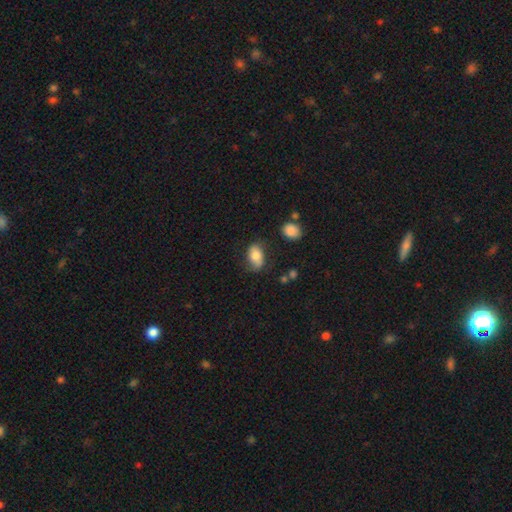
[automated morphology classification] smooth_or_featured: smooth (p=0.74) [alt: featured or disk p=0.18]
how_rounded: in between (p=0.89) [alt: round p=0.09]
merging: none (p=0.62) [alt: minor disturbance p=0.27]